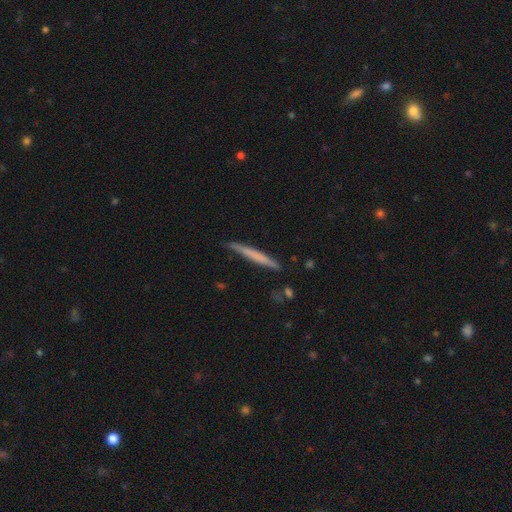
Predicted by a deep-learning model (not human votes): Overall: smooth (56%; featured or disk 39%). How rounded: cigar-shaped (97%). Merging: none (86%).